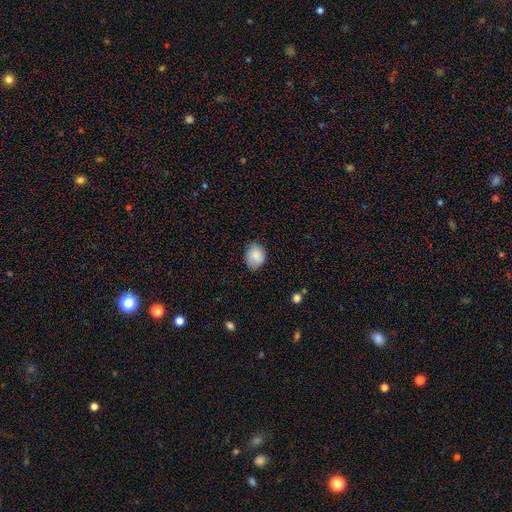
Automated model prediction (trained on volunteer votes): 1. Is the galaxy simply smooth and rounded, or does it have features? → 87% smooth, 7% star or artifact, 6% featured or disk.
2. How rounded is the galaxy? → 52% in between, 47% round, 1% cigar-shaped.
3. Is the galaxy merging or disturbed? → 75% none, 20% minor disturbance, 3% major disturbance, 1% merger.